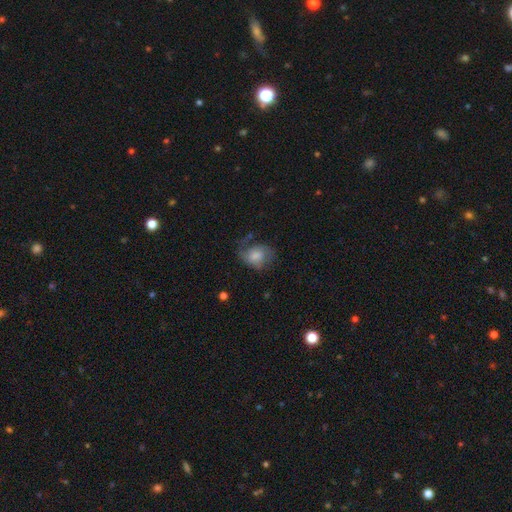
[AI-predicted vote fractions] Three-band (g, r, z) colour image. It shows a smooth galaxy with no disk features (62%) that is in between round and cigar-shaped (63%). Merging: none (42%).